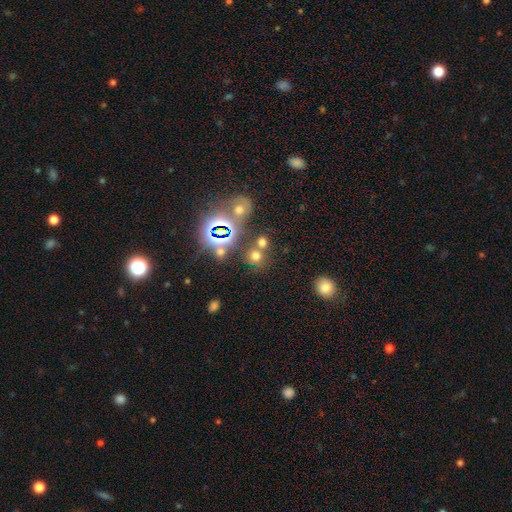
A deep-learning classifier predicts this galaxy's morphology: Smooth or featured? smooth (59%)
How rounded? round (84%)
Merging? none (64%)